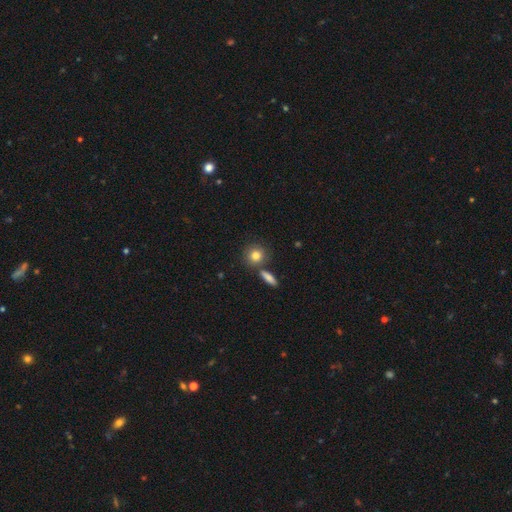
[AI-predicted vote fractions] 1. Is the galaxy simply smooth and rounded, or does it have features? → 82% smooth, 9% featured or disk, 9% star or artifact.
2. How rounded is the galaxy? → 83% round, 14% in between, 2% cigar-shaped.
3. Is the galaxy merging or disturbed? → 70% none, 17% merger, 10% minor disturbance, 3% major disturbance.